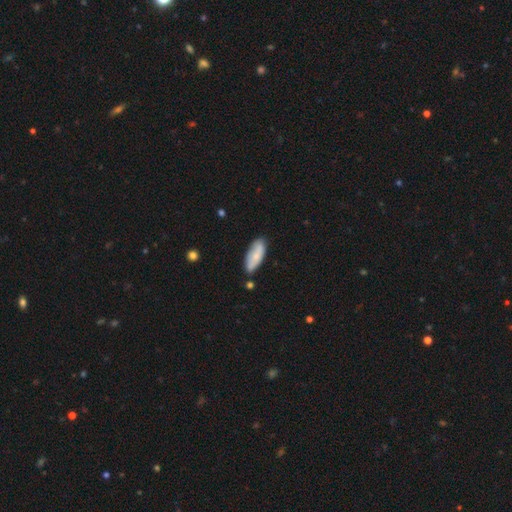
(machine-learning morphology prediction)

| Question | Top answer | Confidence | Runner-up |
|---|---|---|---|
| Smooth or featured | smooth | 73% | featured or disk (21%) |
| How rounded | in between | 75% | cigar-shaped (24%) |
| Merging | none | 74% | minor disturbance (19%) |